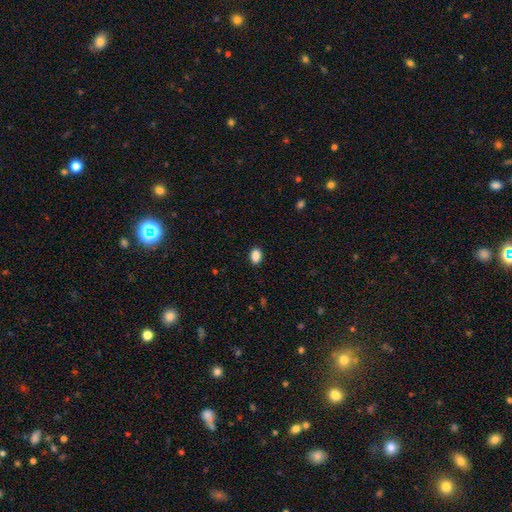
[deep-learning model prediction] The model was most divided on "how rounded": in between: 83%, round: 16%, cigar-shaped: 1%. More confident: merging — none (89%); smooth or featured — smooth (89%).